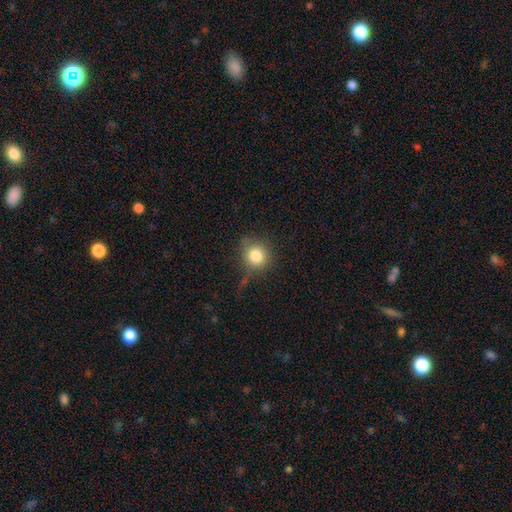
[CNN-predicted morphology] The model was most divided on "merging": none: 69%, minor disturbance: 20%, major disturbance: 8%, merger: 3%. More confident: how rounded — round (88%); smooth or featured — smooth (82%).